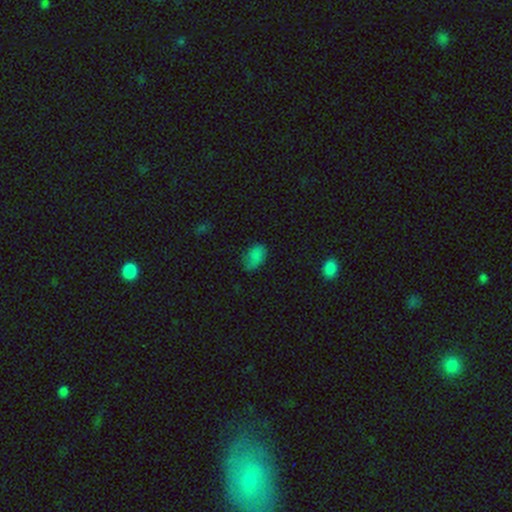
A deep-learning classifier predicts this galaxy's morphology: type=smooth (79%); roundness=in between (90%); merging=none (58%).